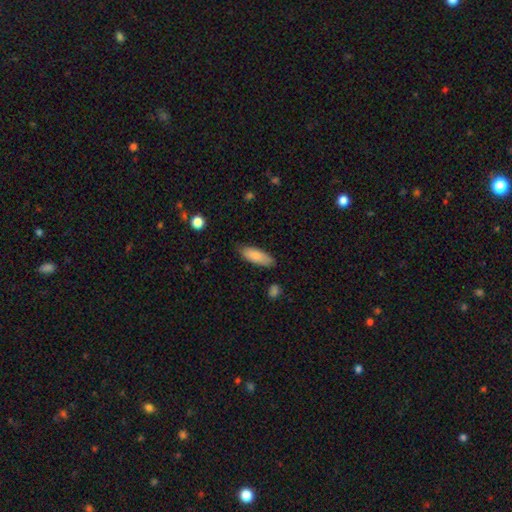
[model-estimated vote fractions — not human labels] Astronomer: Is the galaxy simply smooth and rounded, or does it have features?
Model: smooth — 86%.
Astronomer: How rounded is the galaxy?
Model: in between — 65%.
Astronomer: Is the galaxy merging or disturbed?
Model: none — 80%.